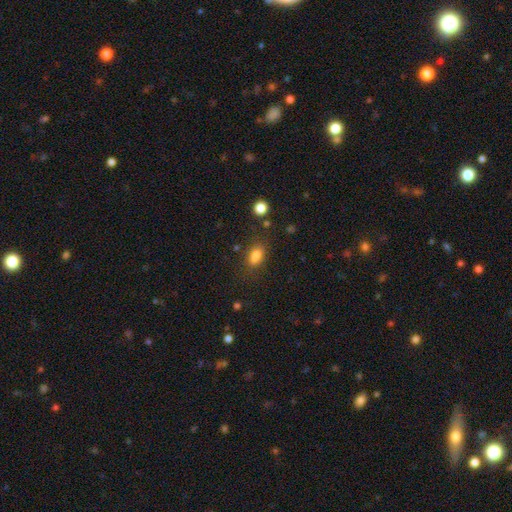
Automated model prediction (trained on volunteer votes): Smooth or featured?
  - smooth: 82% *
  - star or artifact: 12%
  - featured or disk: 6%
How rounded?
  - in between: 83% *
  - round: 11%
  - cigar-shaped: 5%
Merging?
  - none: 71% *
  - minor disturbance: 17%
  - major disturbance: 7%
  - merger: 5%